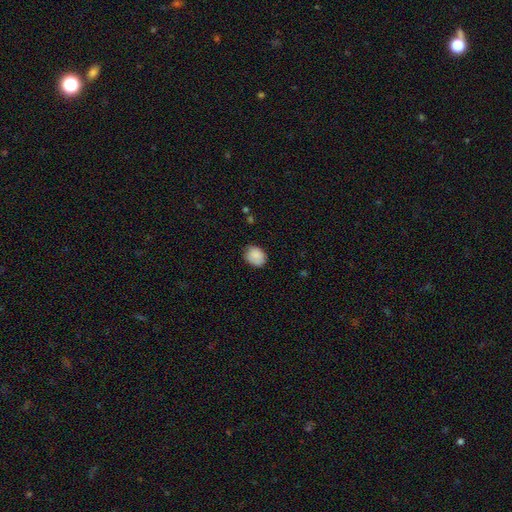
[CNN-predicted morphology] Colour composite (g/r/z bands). It shows a smooth galaxy with no disk features (87%) that is in between round and cigar-shaped (53%). Merging: none (75%).